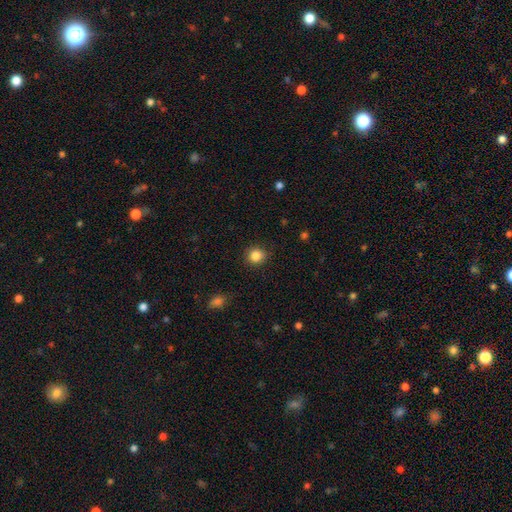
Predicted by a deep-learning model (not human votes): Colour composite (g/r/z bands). It shows a smooth galaxy with no disk features (85%) that is round (86%). Merging: none (88%).